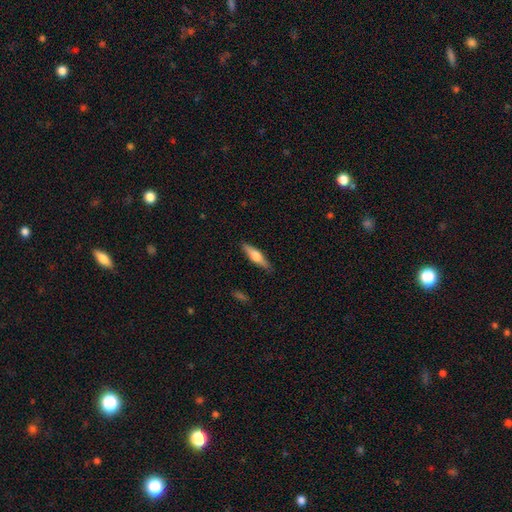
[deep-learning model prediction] Smooth or featured?
  - featured or disk: 48% *
  - smooth: 47%
  - star or artifact: 6%
Merging?
  - none: 89% *
  - minor disturbance: 8%
  - major disturbance: 2%
  - merger: 1%